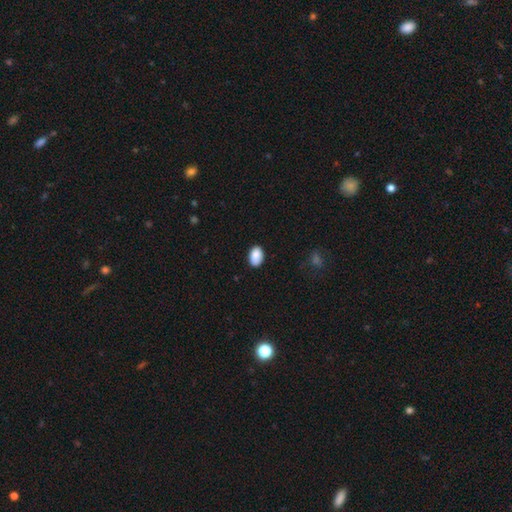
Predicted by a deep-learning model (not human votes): Morphology: type=smooth (88%); roundness=in between (87%); merging=none (85%).